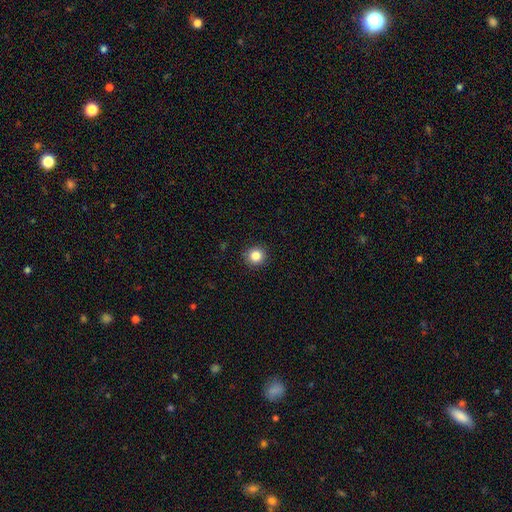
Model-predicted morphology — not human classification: smooth_or_featured: smooth (p=0.84) [alt: star or artifact p=0.11]
how_rounded: round (p=0.94) [alt: in between p=0.05]
merging: none (p=0.92) [alt: minor disturbance p=0.06]